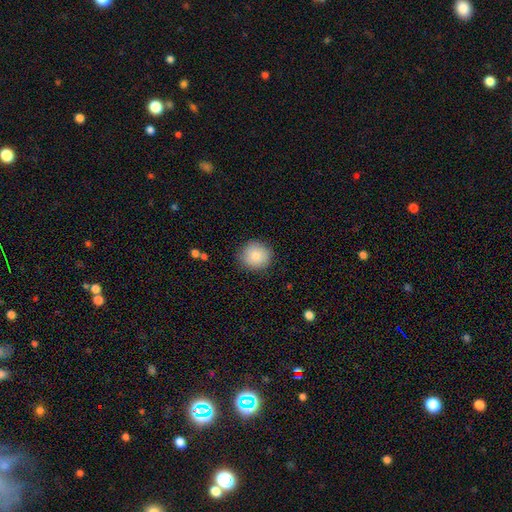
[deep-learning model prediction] Smooth or featured: smooth — 83% (star or artifact — 8%)
How rounded: round — 90% (in between — 9%)
Merging: none — 85% (minor disturbance — 11%)